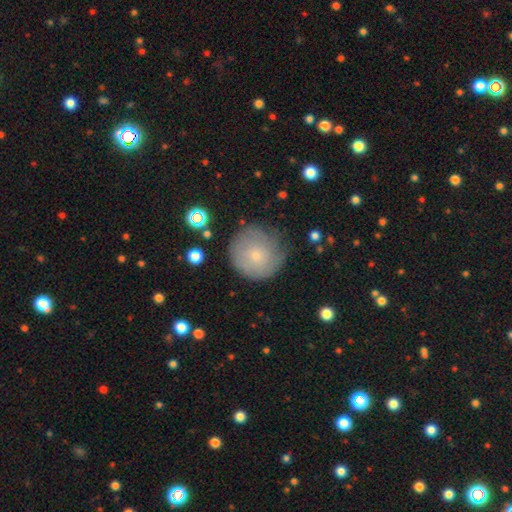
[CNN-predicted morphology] smooth-or-featured: smooth: 66% | featured or disk: 25% | star or artifact: 9%
  how-rounded: round: 94% | in between: 5% | cigar-shaped: 1%
  merging: none: 71% | minor disturbance: 20% | major disturbance: 7% | merger: 2%